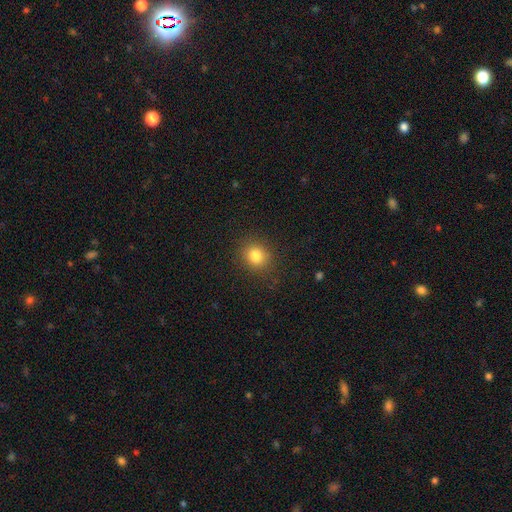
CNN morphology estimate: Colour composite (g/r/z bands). It shows a smooth galaxy with no disk features (81%) that is round (77%). Merging: none (87%).